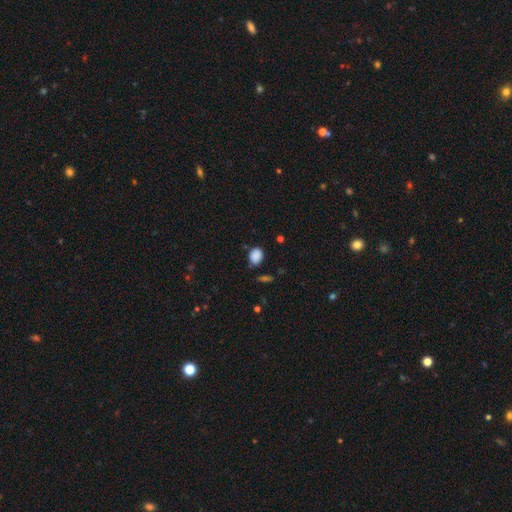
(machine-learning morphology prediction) This is clearly a smooth galaxy (87%). How rounded: likely in between (66%). Merging: likely none (72%).